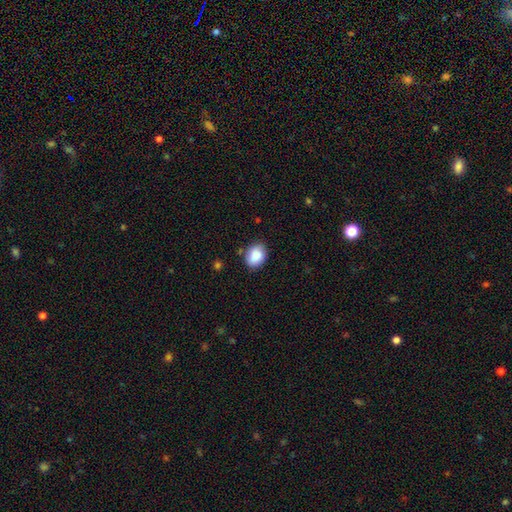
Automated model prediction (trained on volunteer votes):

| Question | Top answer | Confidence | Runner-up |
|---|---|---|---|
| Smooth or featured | smooth | 87% | star or artifact (7%) |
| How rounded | in between | 64% | round (35%) |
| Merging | none | 79% | minor disturbance (15%) |